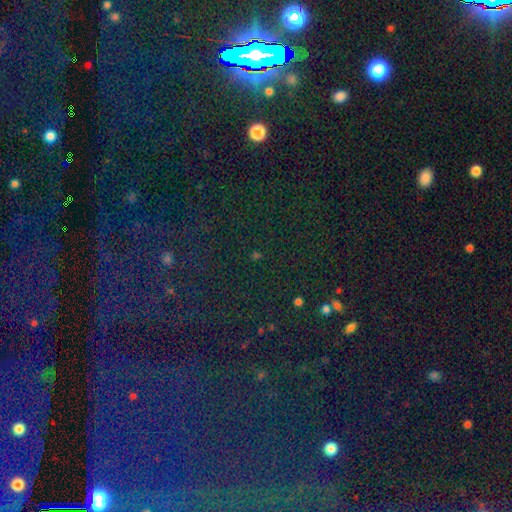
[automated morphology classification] smooth-or-featured: star or artifact: 83% | smooth: 10% | featured or disk: 7%